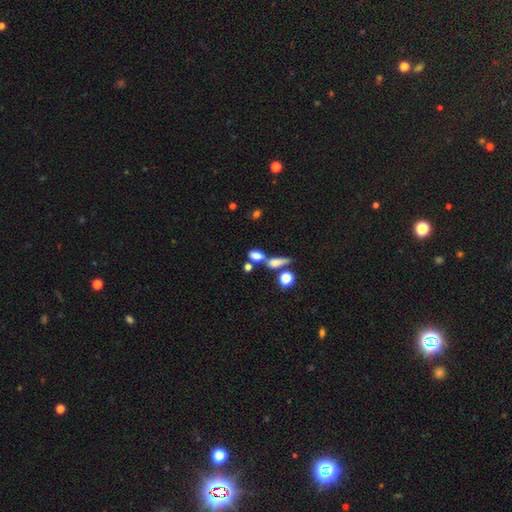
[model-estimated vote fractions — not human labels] Smooth or featured: smooth — 71% (featured or disk — 15%)
How rounded: in between — 69% (round — 19%)
Merging: none — 42% (merger — 39%)